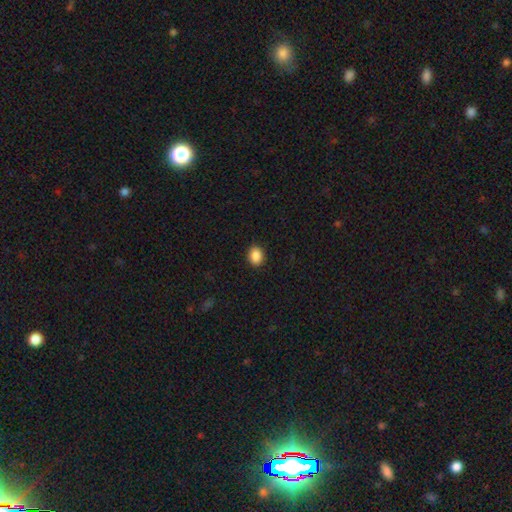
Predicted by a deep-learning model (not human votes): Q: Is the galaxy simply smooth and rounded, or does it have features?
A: smooth — 89%.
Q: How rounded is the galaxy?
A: in between — 62%.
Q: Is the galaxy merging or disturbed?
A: none — 90%.